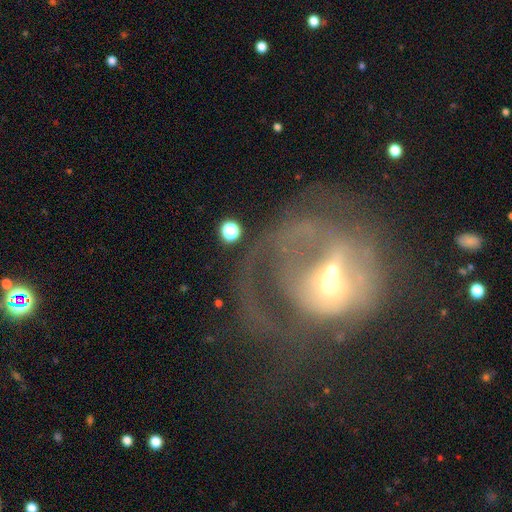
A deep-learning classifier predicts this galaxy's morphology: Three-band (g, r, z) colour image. It shows a featured or disk galaxy (63%) with no bar (74%), no spiral arms (55%) and a small central bulge (47%). Merging: merger (38%).